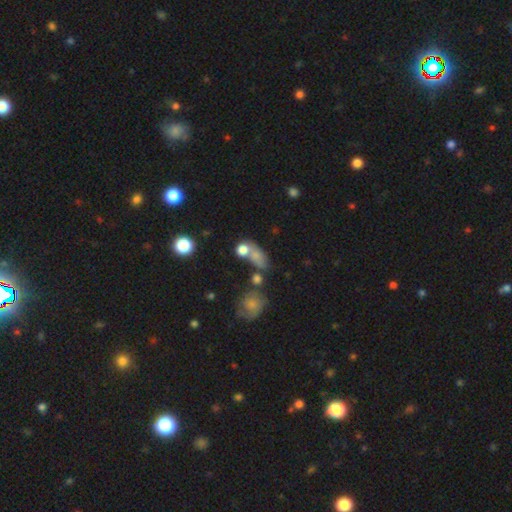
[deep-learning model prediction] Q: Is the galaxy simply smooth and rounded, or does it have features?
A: smooth — 70%.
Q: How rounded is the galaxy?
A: in between — 56%.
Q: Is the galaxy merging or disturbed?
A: merger — 42%.